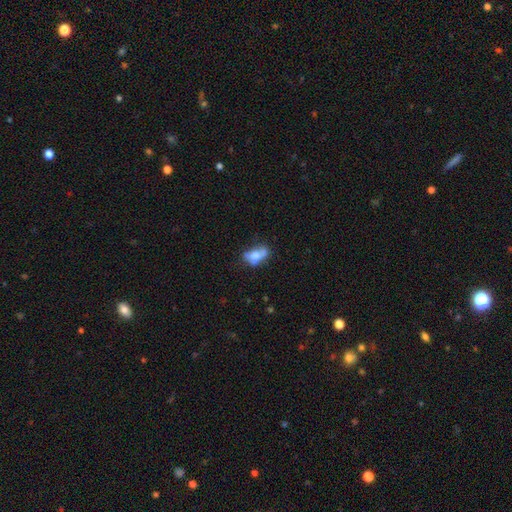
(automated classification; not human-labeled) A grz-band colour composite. It shows a smooth galaxy with no disk features (56%) that is in between round and cigar-shaped (82%). Merging: none (38%).